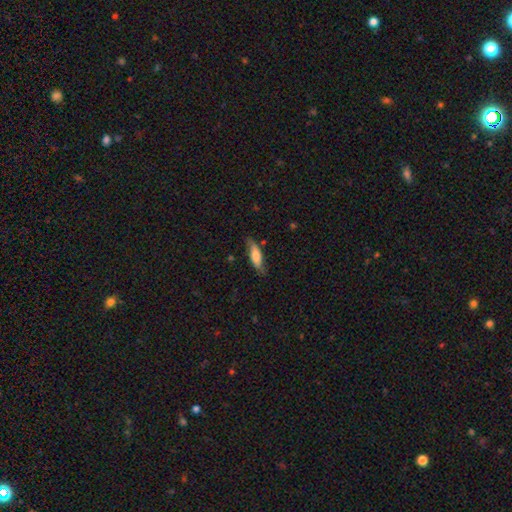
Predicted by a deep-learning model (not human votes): Smooth or featured? smooth (62%)
How rounded? in between (49%, tied with cigar-shaped)
Merging? none (71%)